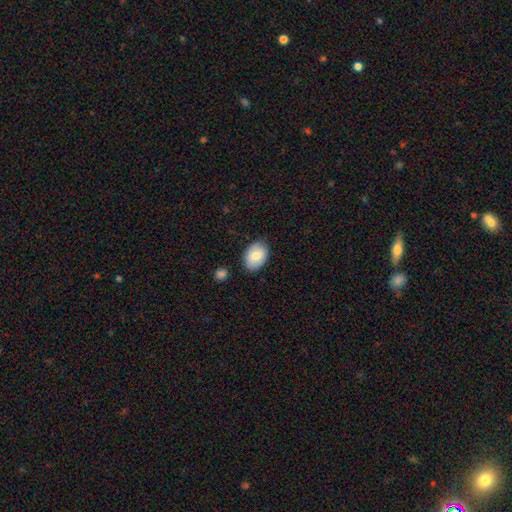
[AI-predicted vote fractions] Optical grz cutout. It shows a smooth galaxy with no disk features (81%) that is in between round and cigar-shaped (83%). Merging: none (83%).